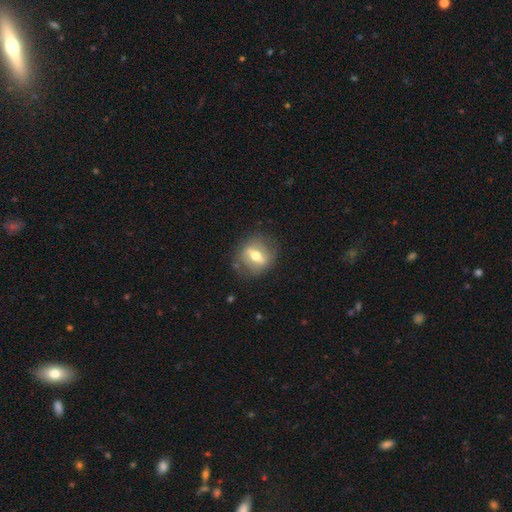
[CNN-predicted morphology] The model was most divided on "smooth or featured": featured or disk: 63%, smooth: 30%, star or artifact: 7%. More confident: merging — none (79%); edge-on disk — no (70%).